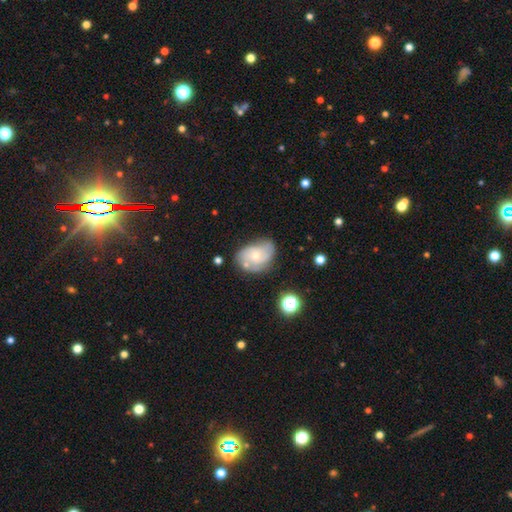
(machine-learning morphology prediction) smooth_or_featured: featured or disk (p=0.61) [alt: smooth p=0.31]
disk_edge_on: no (p=0.96) [alt: yes p=0.04]
bar: no (p=0.79) [alt: weak p=0.18]
has_spiral_arms: yes (p=0.79) [alt: no p=0.21]
bulge_size: small (p=0.54) [alt: moderate p=0.42]
merging: none (p=0.52) [alt: minor disturbance p=0.29]